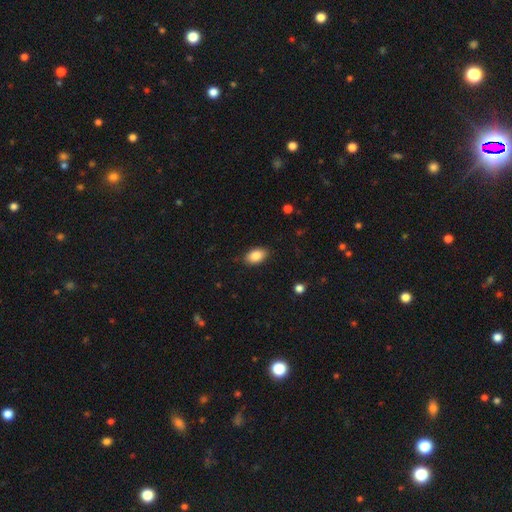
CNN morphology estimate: The model was most divided on "merging": none: 86%, minor disturbance: 11%, major disturbance: 2%, merger: 1%. More confident: how rounded — in between (90%); smooth or featured — smooth (86%).